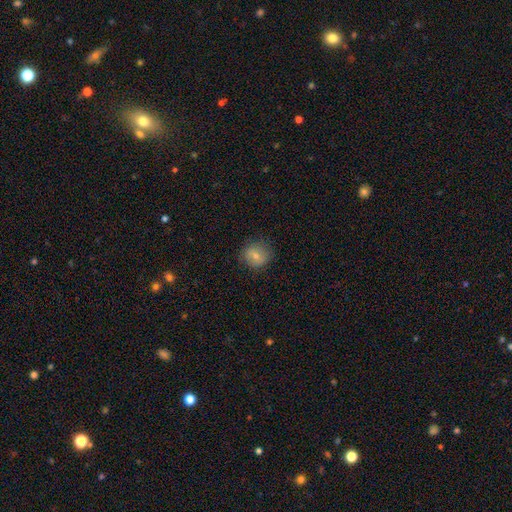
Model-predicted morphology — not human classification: smooth-or-featured: smooth: 67% | featured or disk: 23% | star or artifact: 9%
  how-rounded: round: 81% | in between: 18% | cigar-shaped: 1%
  merging: none: 80% | minor disturbance: 14% | major disturbance: 4% | merger: 1%